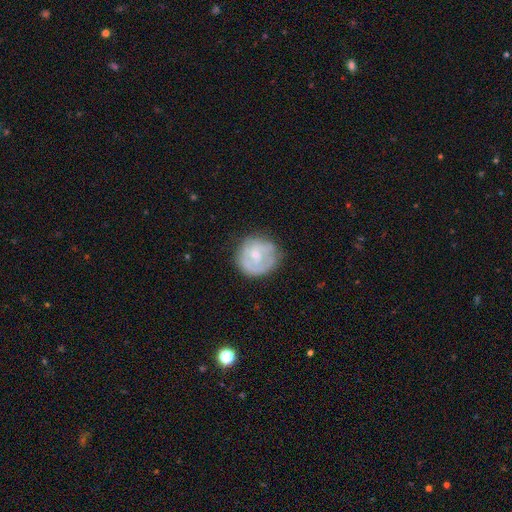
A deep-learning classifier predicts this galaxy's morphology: Smooth or featured? featured or disk (59%)
Edge-on disk? no (98%)
Bar? no (73%)
Spiral arms? yes (64%)
Bulge size? small (62%)
Merging? none (69%)